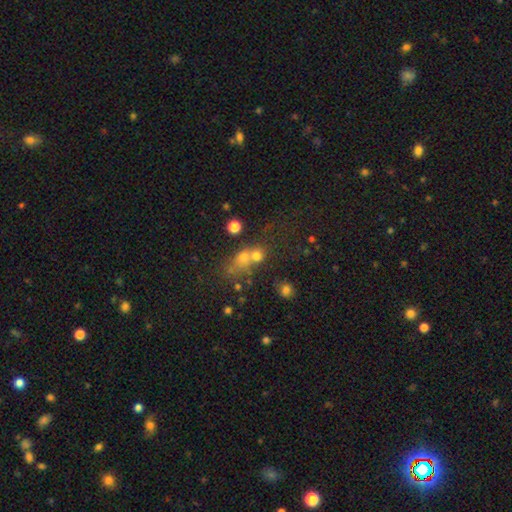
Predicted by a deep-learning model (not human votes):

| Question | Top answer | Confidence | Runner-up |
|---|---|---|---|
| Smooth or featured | star or artifact | 41% | smooth (39%) |